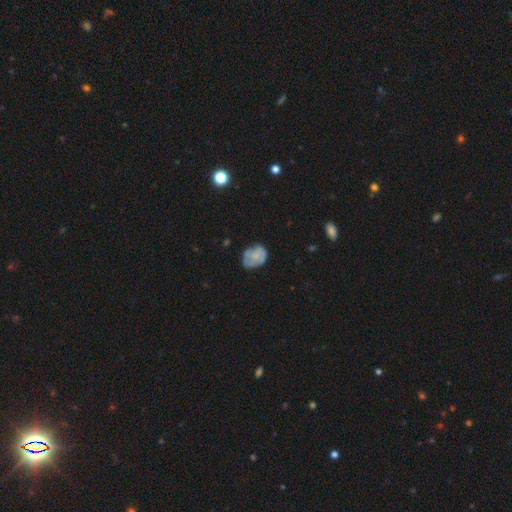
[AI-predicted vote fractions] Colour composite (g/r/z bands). It shows a smooth galaxy with no disk features (54%) that is in between round and cigar-shaped (65%). Merging: none (57%).